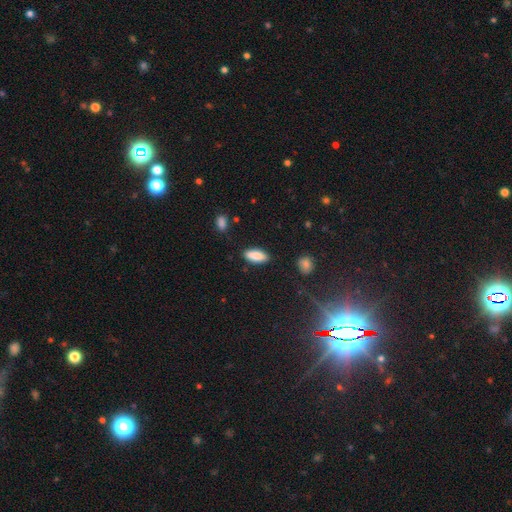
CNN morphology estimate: type=smooth (85%); roundness=in between (75%); merging=none (85%).